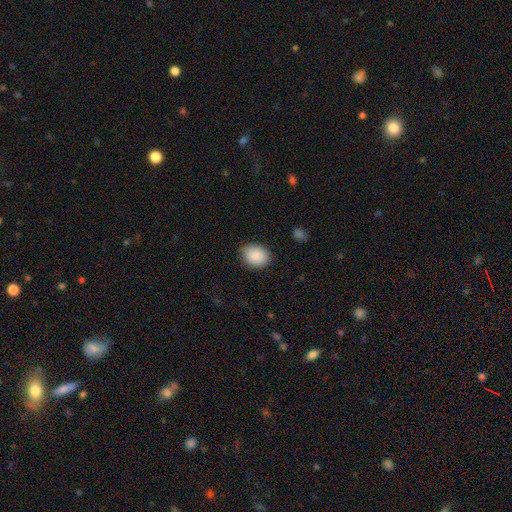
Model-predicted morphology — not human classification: smooth 88%, star or artifact 7%, featured or disk 4%. Down the decision tree: how rounded — in between (53%); merging — none (83%).